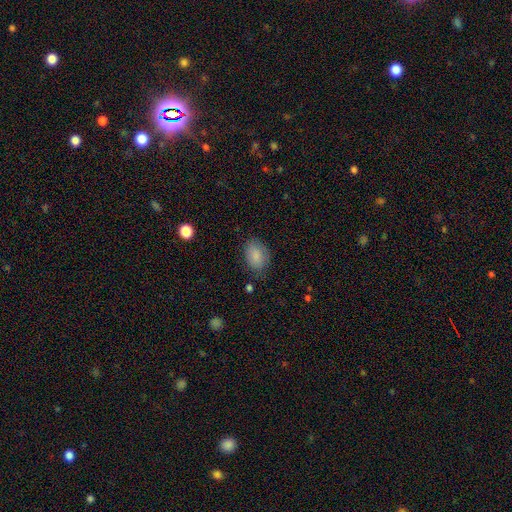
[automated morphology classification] A smooth galaxy with no disk features (87%) that is in between round and cigar-shaped (79%). Merging: none (77%).